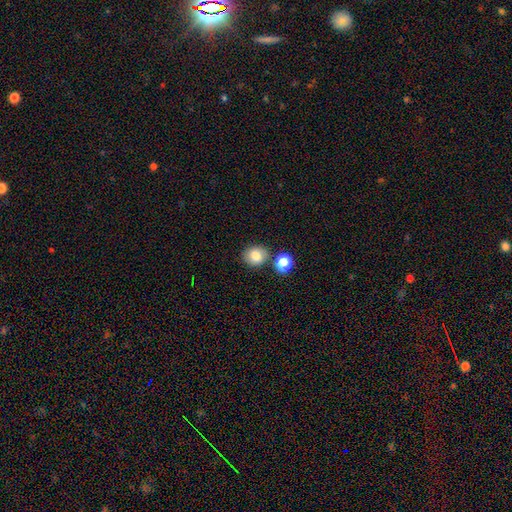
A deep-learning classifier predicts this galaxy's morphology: A smooth galaxy with no disk features (79%) that is round (67%). Merging: none (76%).